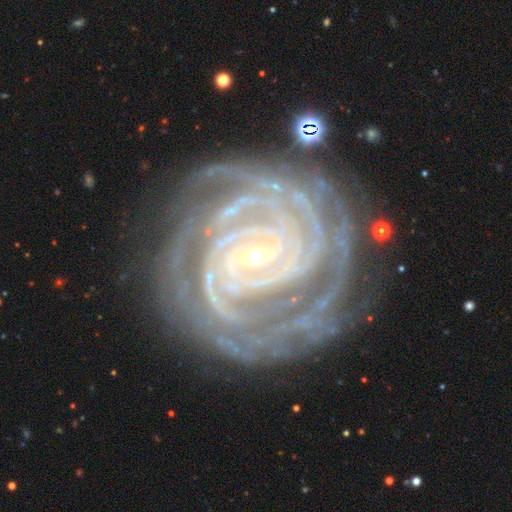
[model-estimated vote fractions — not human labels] A featured or disk galaxy (92%) with no bar (40%), 4 (26%) tight (89%) spiral arms (99%) and a small central bulge (86%).

Vote fractions:
- Smooth or featured? featured or disk: 92% / star or artifact: 5% / smooth: 3%
- Edge-on disk? no: 98% / yes: 2%
- Bar? no: 40% / strong: 31% / weak: 29%
- Spiral arms? yes: 99% / no: 1%
- Spiral winding? tight: 89% / medium: 10% / loose: 1%
- Spiral arm count? 4: 26% / more than 4: 19% / 3: 18% / 2: 16% / can't tell: 13% / 1: 8%
- Bulge size? small: 86% / moderate: 10% / none: 1% / large: 1% / dominant: 1%
- Merging? none: 78% / minor disturbance: 15% / major disturbance: 5% / merger: 2%